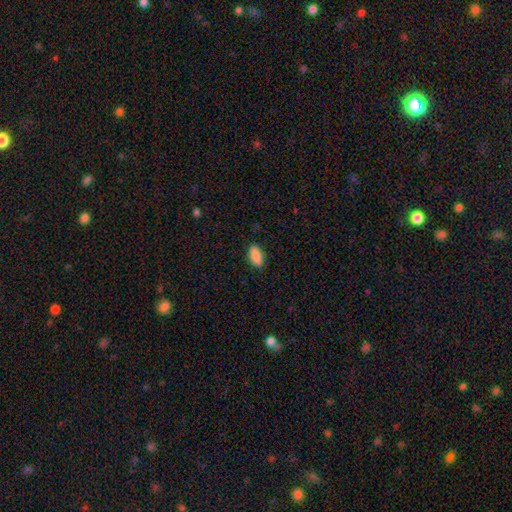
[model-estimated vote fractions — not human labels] This is clearly a smooth galaxy (89%). How rounded: clearly in between (90%). Merging: clearly none (87%).